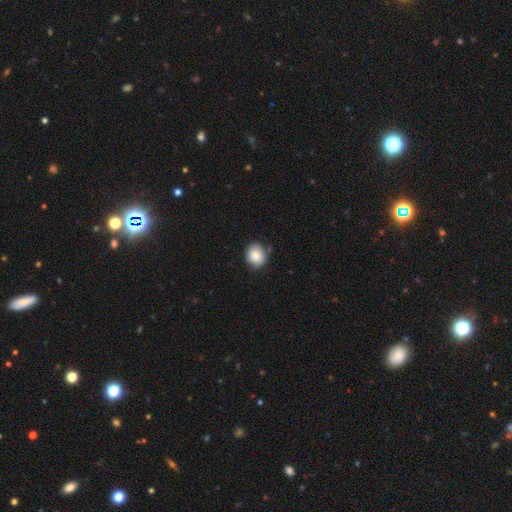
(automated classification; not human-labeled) Smooth or featured: smooth — 84% (star or artifact — 8%)
How rounded: round — 80% (in between — 19%)
Merging: none — 78% (minor disturbance — 16%)